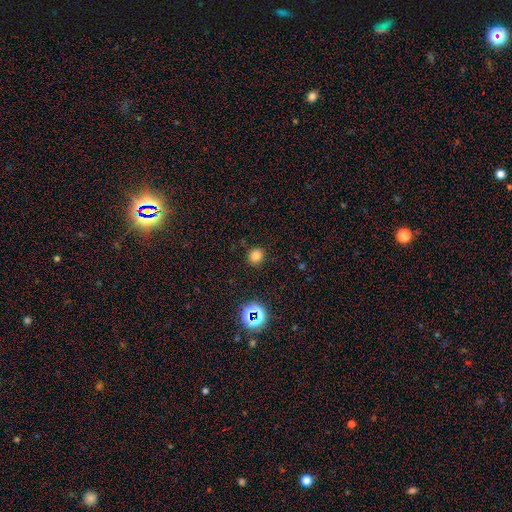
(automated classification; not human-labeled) Q: Smooth or featured?
A: smooth (77%); runner-up: star or artifact (17%)
Q: How rounded?
A: round (89%); runner-up: in between (10%)
Q: Merging?
A: none (90%); runner-up: minor disturbance (7%)